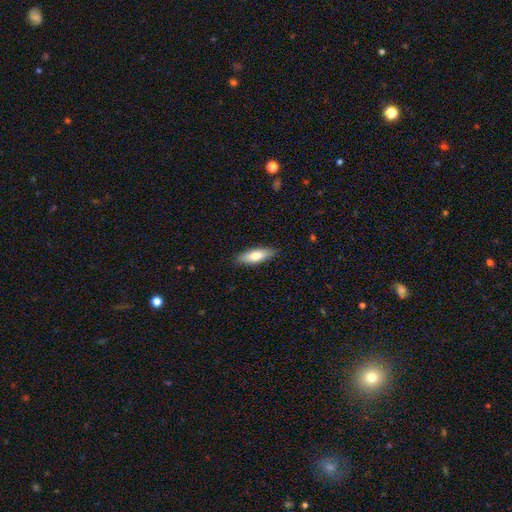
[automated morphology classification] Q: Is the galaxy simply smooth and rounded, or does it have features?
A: smooth — 74%.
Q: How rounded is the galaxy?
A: in between — 51%.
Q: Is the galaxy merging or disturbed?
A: none — 88%.